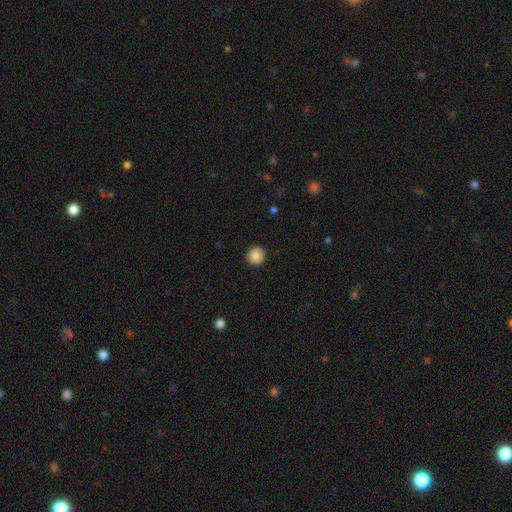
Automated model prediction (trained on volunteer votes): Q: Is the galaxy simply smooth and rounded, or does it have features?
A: smooth — 87%.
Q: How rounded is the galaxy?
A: round — 95%.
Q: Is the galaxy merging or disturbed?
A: none — 93%.